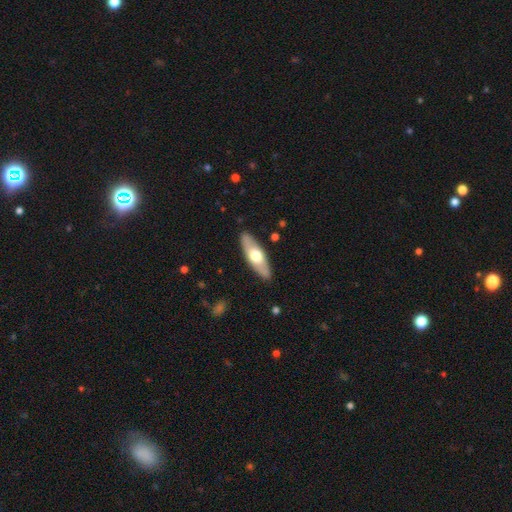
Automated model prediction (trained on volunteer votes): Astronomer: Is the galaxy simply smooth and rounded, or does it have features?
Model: smooth — 53% (runner-up: featured or disk, 43%).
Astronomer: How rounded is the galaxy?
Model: in between — 58% (runner-up: cigar-shaped, 40%).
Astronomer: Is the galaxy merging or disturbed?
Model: none — 88%.